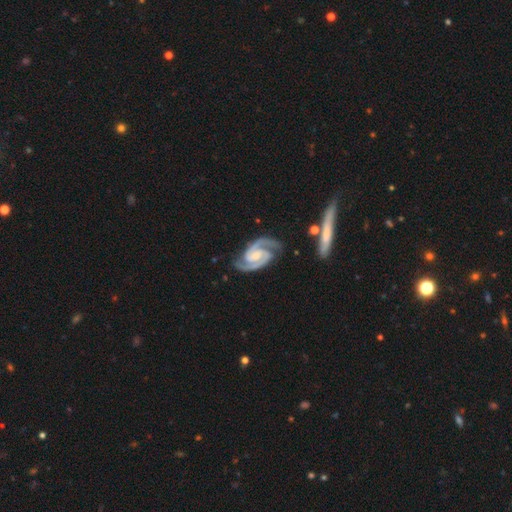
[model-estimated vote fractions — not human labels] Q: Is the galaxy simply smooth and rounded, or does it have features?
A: featured or disk — 94%.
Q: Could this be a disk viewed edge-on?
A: no — 98%.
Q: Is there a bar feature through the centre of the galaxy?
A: weak — 44%.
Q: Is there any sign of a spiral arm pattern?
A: yes — 99%.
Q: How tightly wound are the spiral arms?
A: medium — 52%.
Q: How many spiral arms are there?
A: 2 — 94%.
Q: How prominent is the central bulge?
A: small — 43%.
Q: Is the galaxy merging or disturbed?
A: none — 80%.